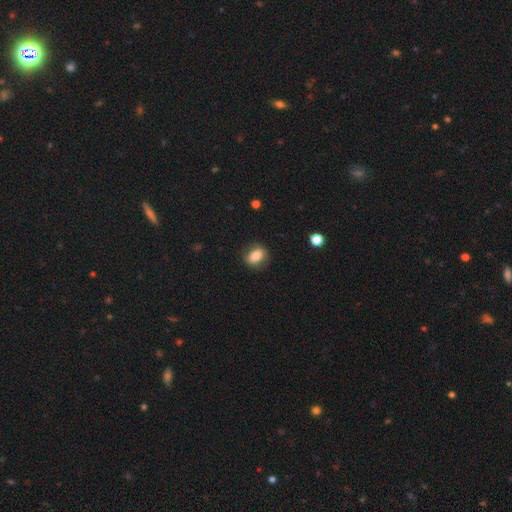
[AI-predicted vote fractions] smooth-or-featured: smooth: 79% | featured or disk: 12% | star or artifact: 8%
  how-rounded: in between: 65% | round: 33% | cigar-shaped: 2%
  merging: none: 81% | minor disturbance: 14% | major disturbance: 4% | merger: 1%